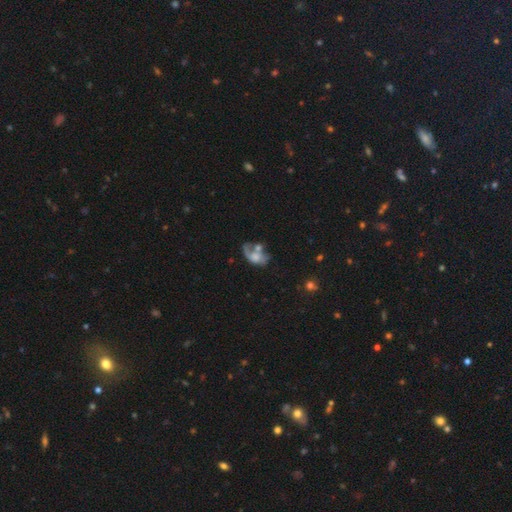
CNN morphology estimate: Q: Smooth or featured?
A: featured or disk (52%); runner-up: smooth (37%)
Q: Edge-on disk?
A: no (96%); runner-up: yes (4%)
Q: Bar?
A: no (82%); runner-up: weak (15%)
Q: Spiral arms?
A: no (55%); runner-up: yes (45%)
Q: Bulge size?
A: moderate (32%); runner-up: none (29%)
Q: Merging?
A: merger (33%); runner-up: major disturbance (32%)